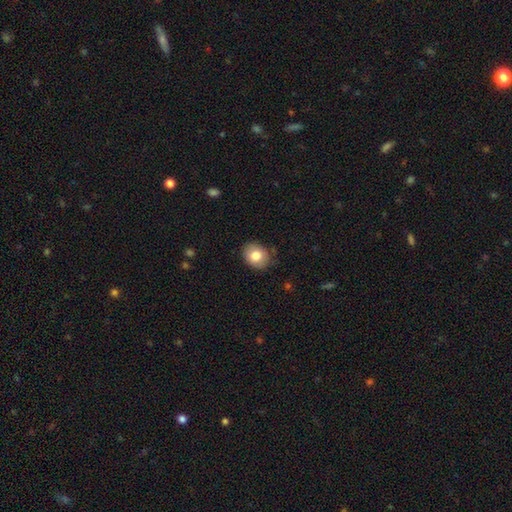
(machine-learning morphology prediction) Smooth or featured? smooth (79%)
How rounded? in between (52%)
Merging? none (83%)